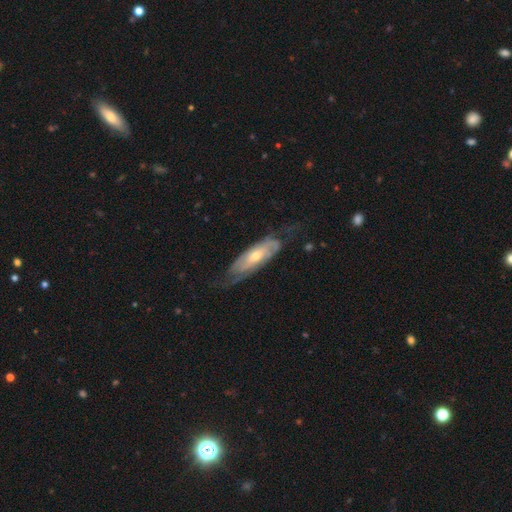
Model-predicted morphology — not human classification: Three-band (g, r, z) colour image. It shows a featured or disk galaxy (73%) with no bar (64%), spiral arms (86%) and a moderate central bulge (52%). Merging: none (64%).